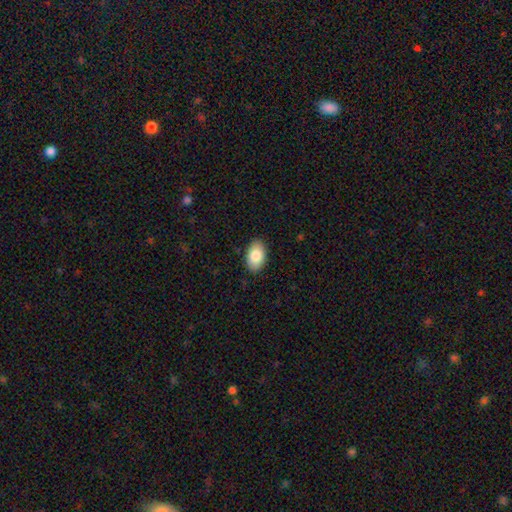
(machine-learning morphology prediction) smooth-or-featured: smooth: 85% | featured or disk: 9% | star or artifact: 7%
  how-rounded: in between: 93% | round: 6% | cigar-shaped: 1%
  merging: none: 88% | minor disturbance: 9% | major disturbance: 2% | merger: 1%